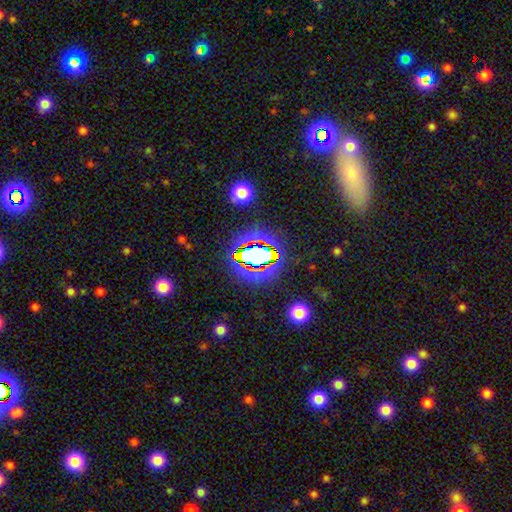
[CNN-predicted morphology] Overall: star or artifact (72%).